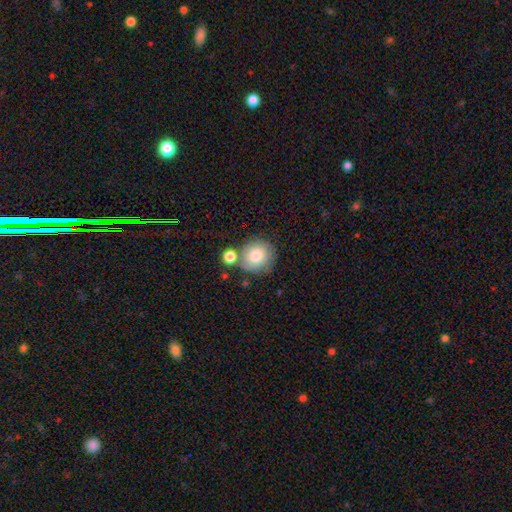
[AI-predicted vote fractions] smooth 81%, featured or disk 11%, star or artifact 8%. Down the decision tree: how rounded — round (88%); merging — none (64%).